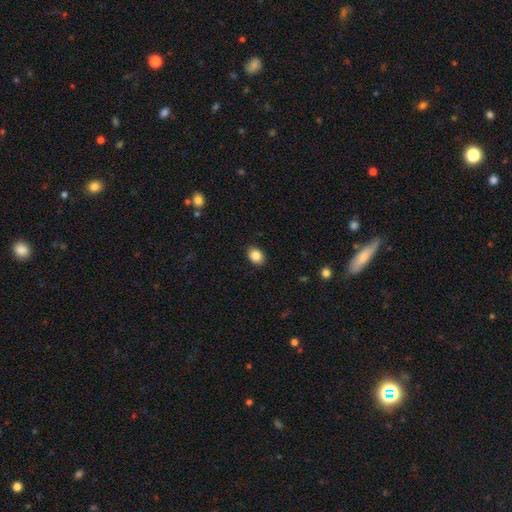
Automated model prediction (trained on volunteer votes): smooth-or-featured: smooth: 87% | star or artifact: 9% | featured or disk: 5%
  how-rounded: in between: 67% | round: 32% | cigar-shaped: 1%
  merging: none: 90% | minor disturbance: 8% | major disturbance: 2% | merger: 1%